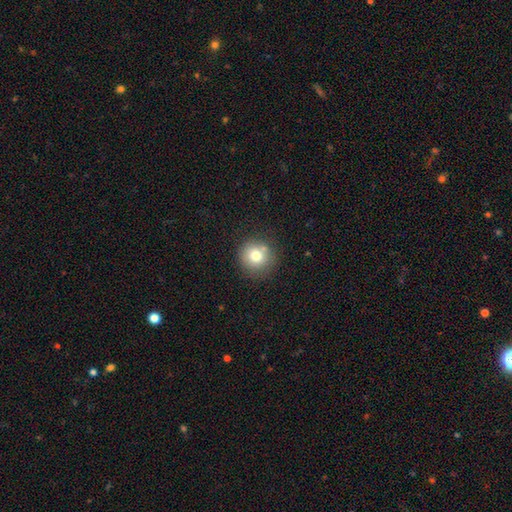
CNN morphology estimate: This appears to be a smooth galaxy with no disk features (75%) that is round (92%). Merging: none (78%).